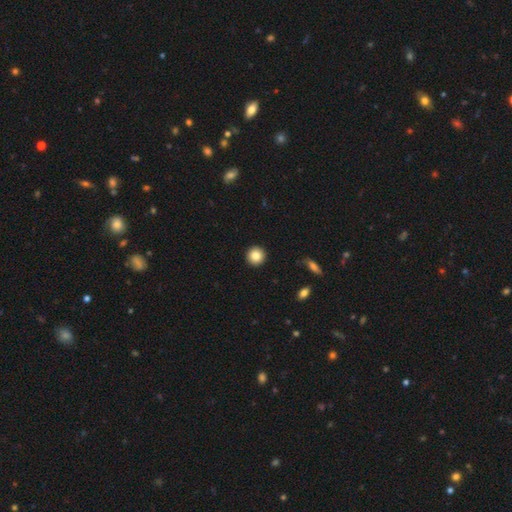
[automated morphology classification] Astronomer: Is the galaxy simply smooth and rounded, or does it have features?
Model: smooth — 86%.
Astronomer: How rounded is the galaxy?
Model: round — 95%.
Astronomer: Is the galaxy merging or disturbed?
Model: none — 93%.